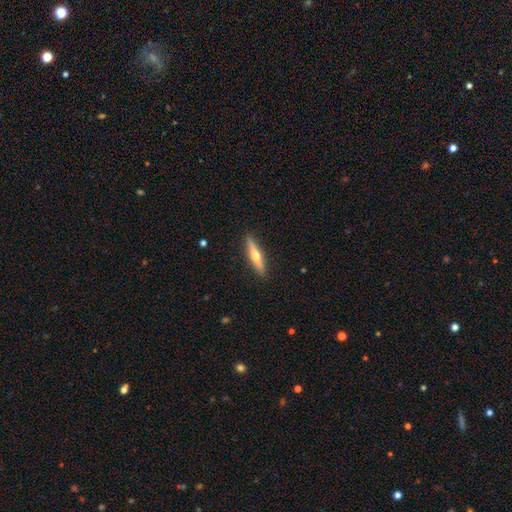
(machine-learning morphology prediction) This is possibly a featured or disk galaxy (54%). It is clearly viewed edge-on (95%). Edge-on bulge: clearly rounded (92%). Merging: clearly none (91%).